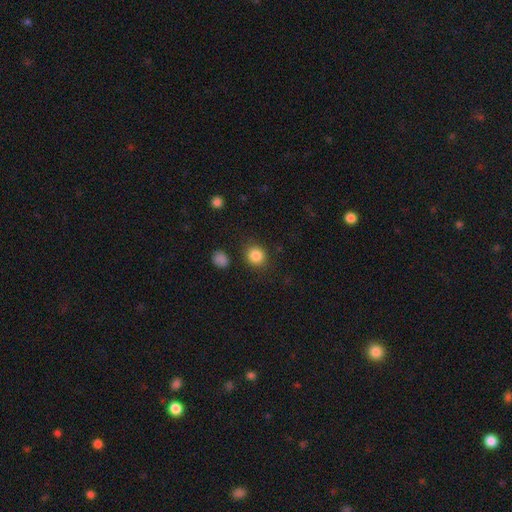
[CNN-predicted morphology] Smooth or featured: smooth — 86% (star or artifact — 10%)
How rounded: round — 82% (in between — 17%)
Merging: none — 85% (minor disturbance — 9%)